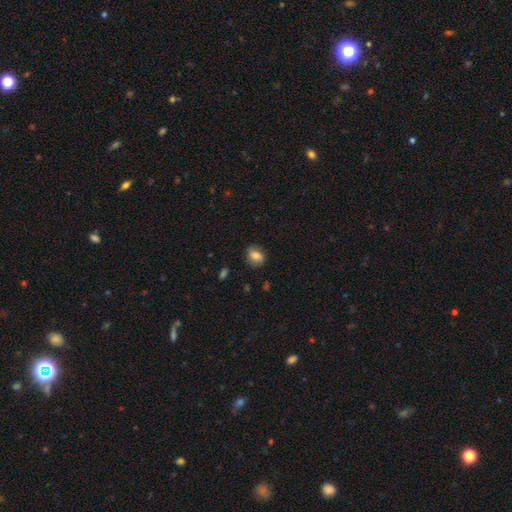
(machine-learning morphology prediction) type=smooth (77%); roundness=in between (50%); merging=none (82%).